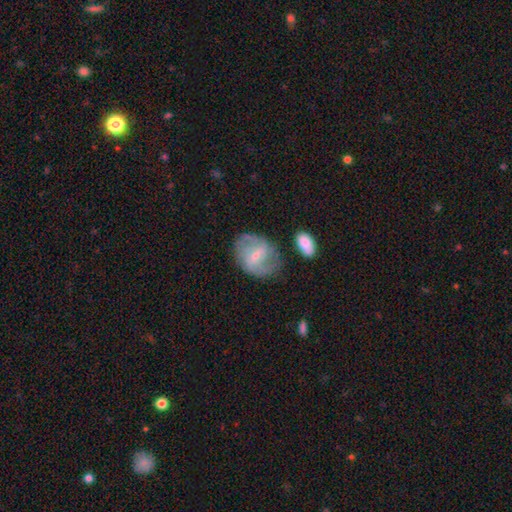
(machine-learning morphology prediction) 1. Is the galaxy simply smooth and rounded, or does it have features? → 73% featured or disk, 21% smooth, 7% star or artifact.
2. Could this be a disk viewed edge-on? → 97% no, 3% yes.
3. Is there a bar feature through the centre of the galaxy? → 56% weak, 24% strong, 20% no.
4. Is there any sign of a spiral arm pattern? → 86% yes, 14% no.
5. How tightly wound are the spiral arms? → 44% medium, 29% tight, 27% loose.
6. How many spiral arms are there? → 53% 2, 26% can't tell, 10% 3, 4% 4, 4% 1, 3% more than 4.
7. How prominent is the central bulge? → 69% small, 25% moderate, 3% none, 1% large, 1% dominant.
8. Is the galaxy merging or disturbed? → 65% none, 20% minor disturbance, 10% major disturbance, 5% merger.